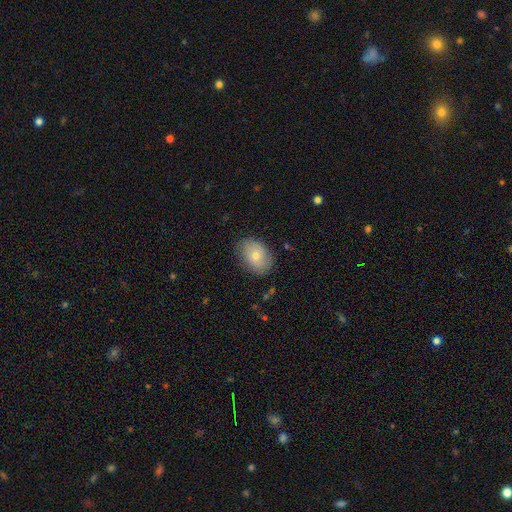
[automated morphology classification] Overall: smooth (64%; featured or disk 27%). How rounded: in between (78%). Merging: none (80%).